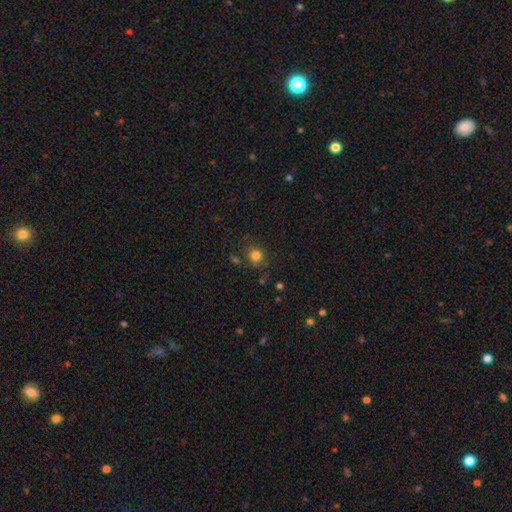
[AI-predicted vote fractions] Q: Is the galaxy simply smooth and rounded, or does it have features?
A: smooth — 78%.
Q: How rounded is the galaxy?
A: round — 80%.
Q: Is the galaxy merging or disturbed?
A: none — 72%.